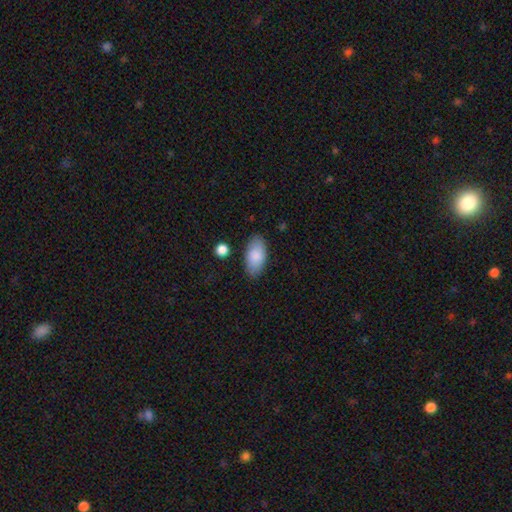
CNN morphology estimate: This is clearly a smooth galaxy (86%). How rounded: clearly in between (93%). Merging: clearly none (84%).